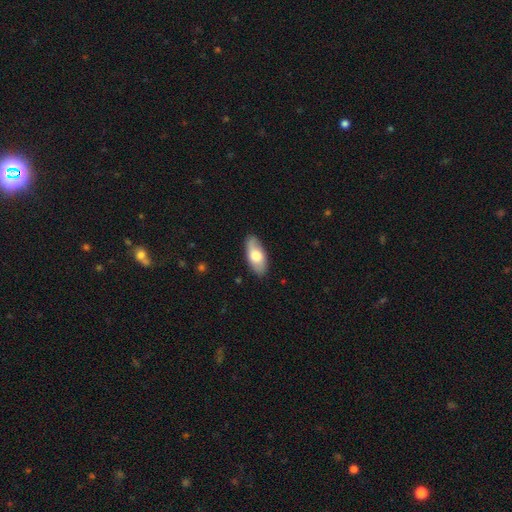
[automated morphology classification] type=smooth (71%); roundness=in between (87%); merging=none (86%).